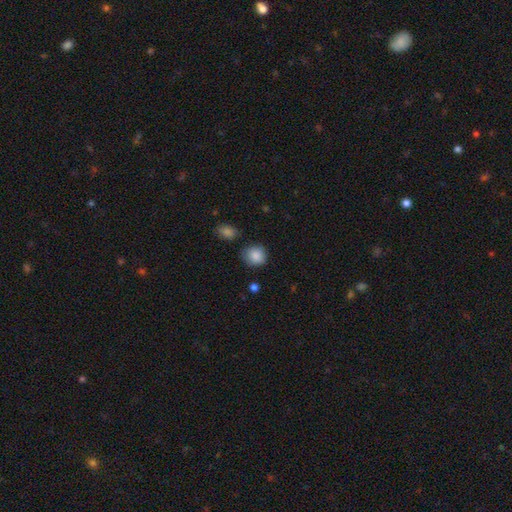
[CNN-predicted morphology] Smooth or featured? smooth (88%)
How rounded? round (83%)
Merging? none (76%)